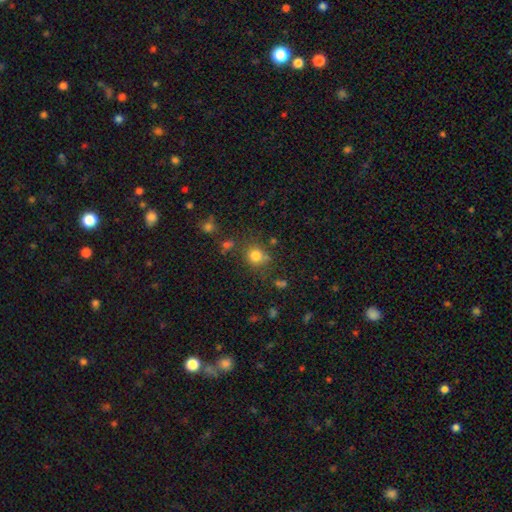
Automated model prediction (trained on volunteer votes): A smooth galaxy with no disk features (79%) that is round (83%). Merging: none (72%).